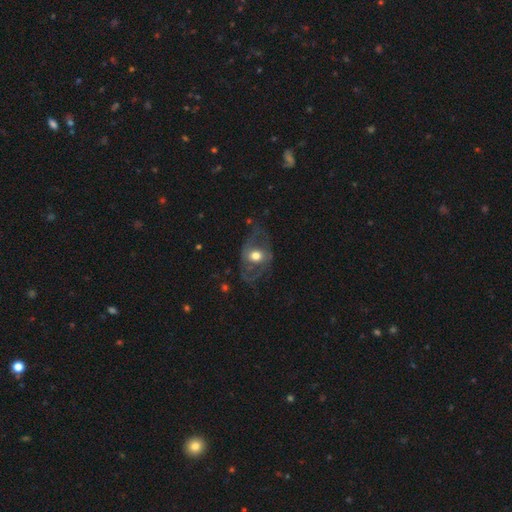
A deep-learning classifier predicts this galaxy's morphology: A featured or disk galaxy (60%) with no bar (71%), no spiral arms (51%) and a moderate central bulge (70%). Merging: none (50%).